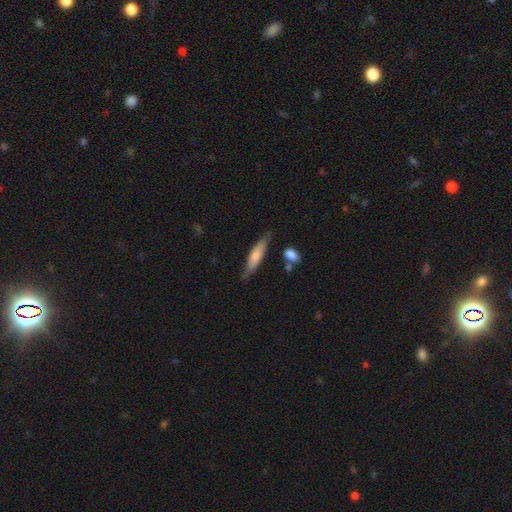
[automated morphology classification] smooth_or_featured: smooth (p=0.65) [alt: featured or disk p=0.30]
how_rounded: cigar-shaped (p=0.77) [alt: in between p=0.22]
merging: none (p=0.71) [alt: minor disturbance p=0.20]